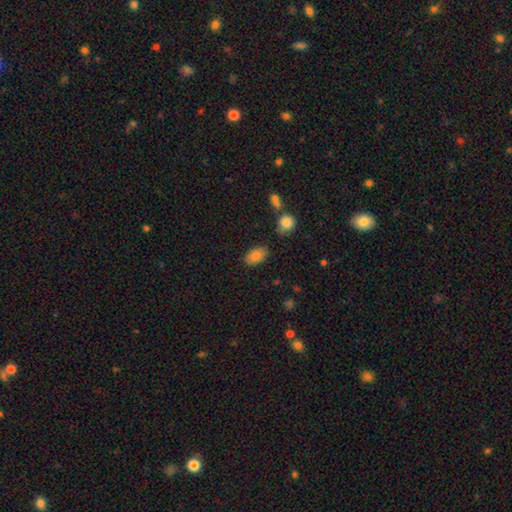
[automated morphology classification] Q: Smooth or featured?
A: smooth (84%); runner-up: featured or disk (8%)
Q: How rounded?
A: in between (90%); runner-up: round (8%)
Q: Merging?
A: none (80%); runner-up: minor disturbance (14%)